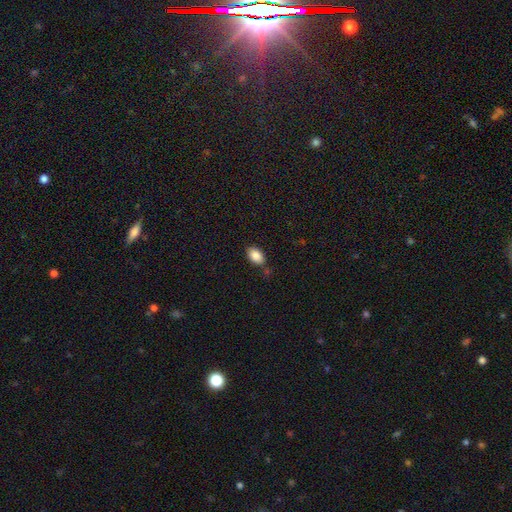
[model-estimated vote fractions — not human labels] A smooth galaxy with no disk features (87%) that is in between round and cigar-shaped (89%).

Vote fractions:
- Smooth or featured? smooth: 87% / star or artifact: 8% / featured or disk: 5%
- How rounded? in between: 89% / round: 9% / cigar-shaped: 1%
- Merging? none: 74% / minor disturbance: 15% / merger: 7% / major disturbance: 3%